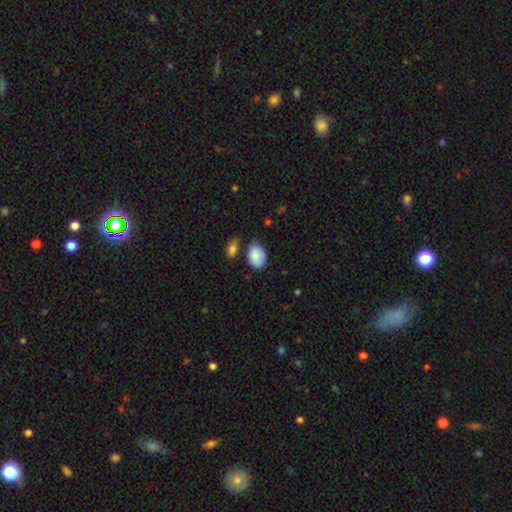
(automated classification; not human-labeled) The model was most divided on "merging": none: 62%, minor disturbance: 25%, merger: 7%, major disturbance: 6%. More confident: how rounded — in between (87%); smooth or featured — smooth (86%).